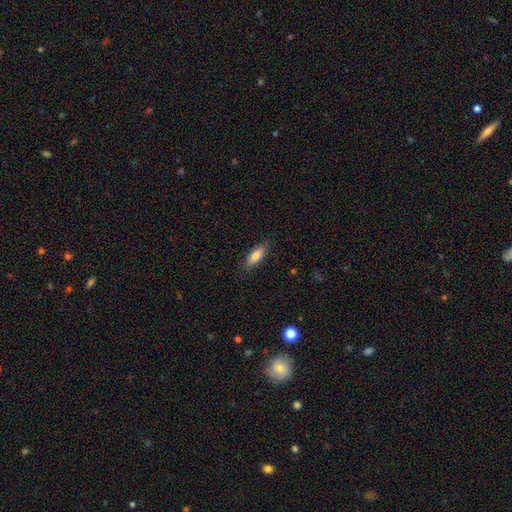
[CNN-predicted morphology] Smooth or featured?
  - smooth: 81% *
  - featured or disk: 12%
  - star or artifact: 6%
How rounded?
  - in between: 63% *
  - cigar-shaped: 35%
  - round: 2%
Merging?
  - none: 83% *
  - minor disturbance: 13%
  - major disturbance: 3%
  - merger: 1%